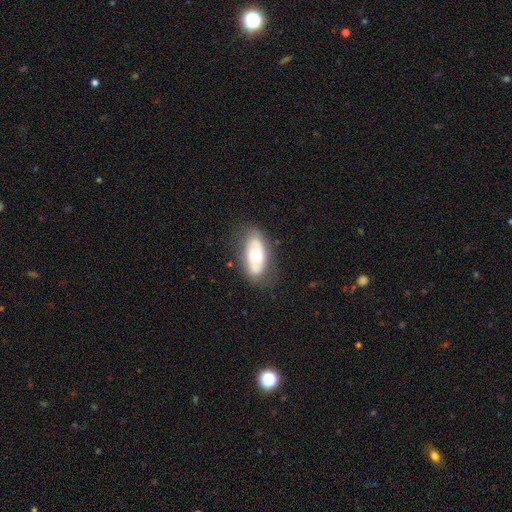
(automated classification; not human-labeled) Overall: featured or disk (47%, tied with smooth). Merging: none (77%).